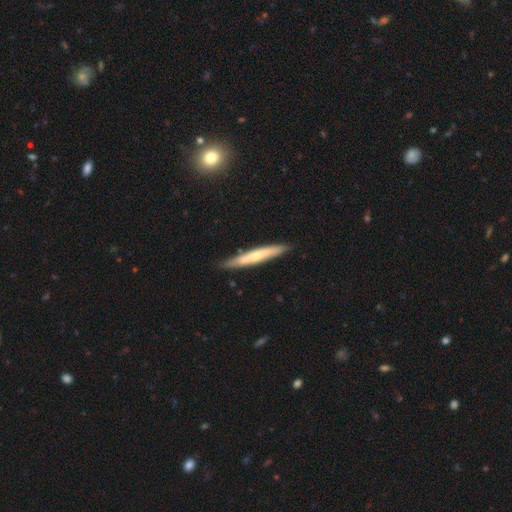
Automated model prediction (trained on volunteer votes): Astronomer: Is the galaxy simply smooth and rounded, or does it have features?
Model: smooth — 50% (runner-up: featured or disk, 44%).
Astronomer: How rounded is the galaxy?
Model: cigar-shaped — 95%.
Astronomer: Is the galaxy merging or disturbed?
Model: none — 86%.